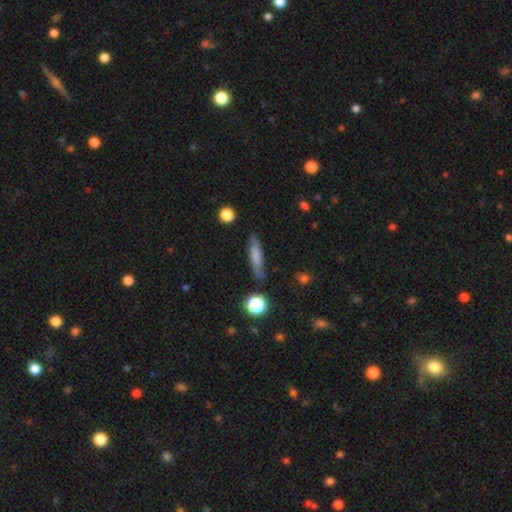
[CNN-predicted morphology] Overall: smooth (69%). How rounded: cigar-shaped (81%). Merging: none (79%).